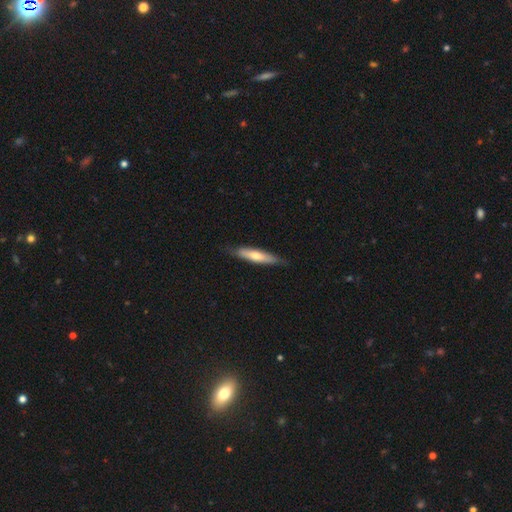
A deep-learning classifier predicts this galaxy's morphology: Smooth or featured: smooth — 61% (featured or disk — 34%)
How rounded: cigar-shaped — 82% (in between — 17%)
Merging: none — 80% (minor disturbance — 16%)